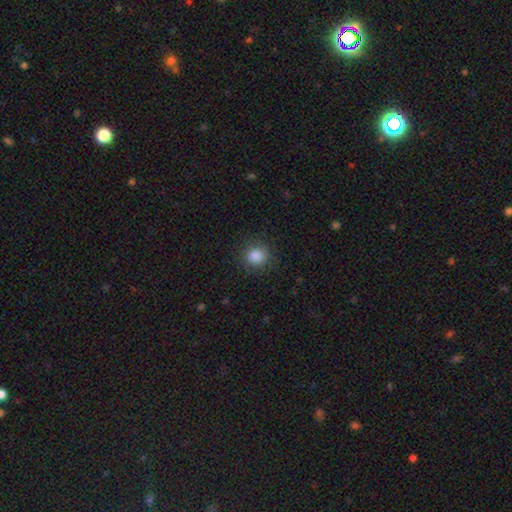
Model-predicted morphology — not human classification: Overall: smooth (86%). How rounded: round (89%). Merging: none (88%).